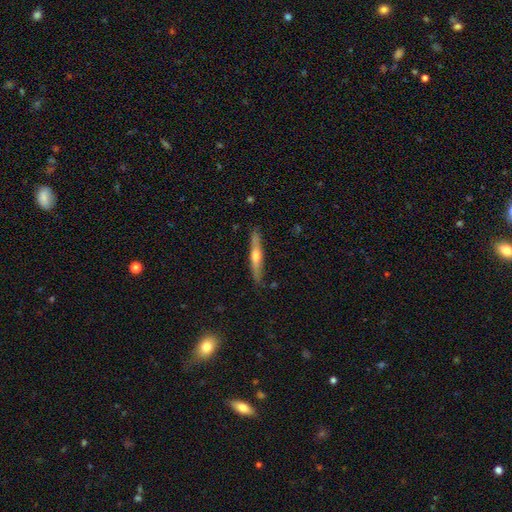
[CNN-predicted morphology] Overall: featured or disk (60%; smooth 34%). Edge-on disk: yes (95%). Edge-on bulge: rounded (88%). Merging: none (86%).